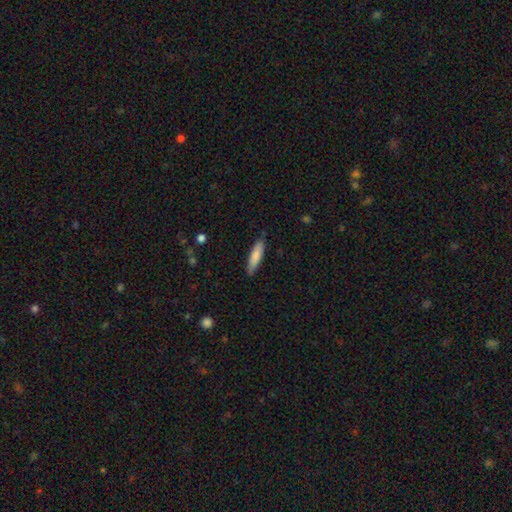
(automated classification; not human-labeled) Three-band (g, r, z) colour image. It shows a smooth galaxy with no disk features (81%) that is cigar-shaped (73%). Merging: none (84%).